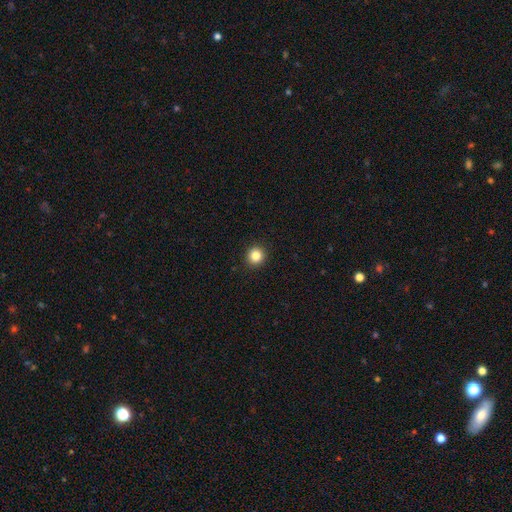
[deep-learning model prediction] The model was most divided on "smooth or featured": smooth: 84%, star or artifact: 11%, featured or disk: 5%. More confident: how rounded — round (93%); merging — none (93%).